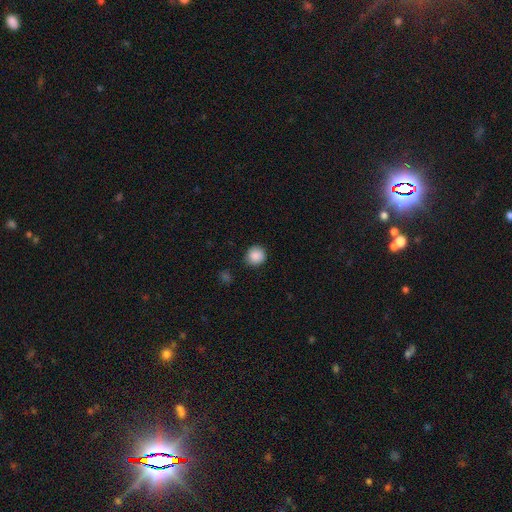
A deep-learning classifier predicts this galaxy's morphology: smooth 88%, star or artifact 9%, featured or disk 3%. Down the decision tree: how rounded — round (92%); merging — none (87%).